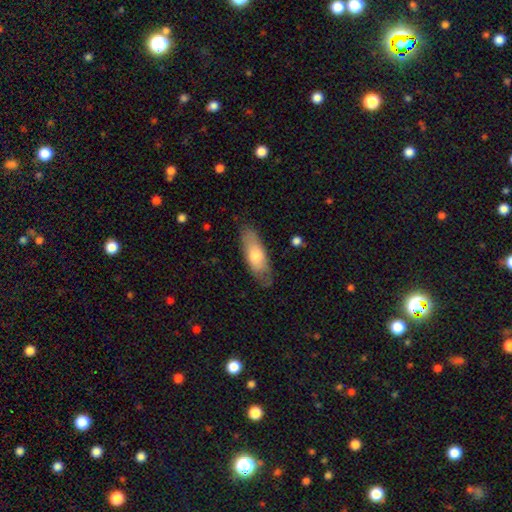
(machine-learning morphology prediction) Overall: smooth (67%). How rounded: in between (67%; cigar-shaped 31%). Merging: none (76%).